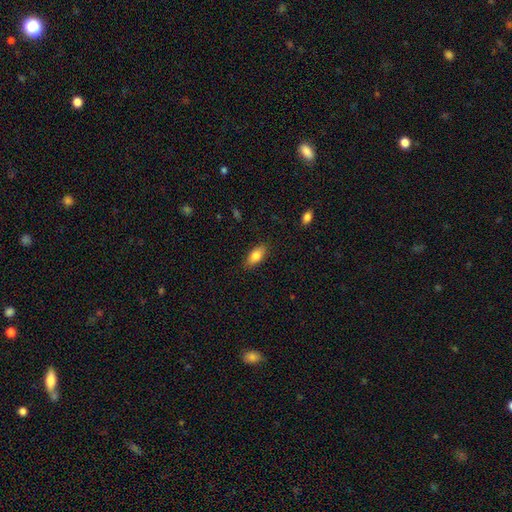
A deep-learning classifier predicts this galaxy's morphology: A smooth galaxy with no disk features (80%) that is in between round and cigar-shaped (84%).

Vote fractions:
- Smooth or featured? smooth: 80% / featured or disk: 13% / star or artifact: 7%
- How rounded? in between: 84% / cigar-shaped: 12% / round: 3%
- Merging? none: 86% / minor disturbance: 11% / major disturbance: 2% / merger: 1%